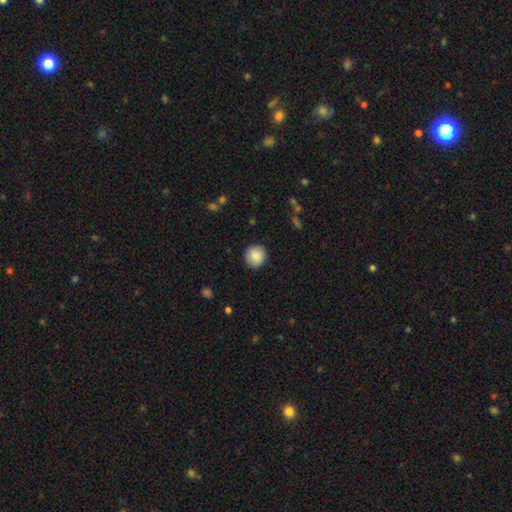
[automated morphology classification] Smooth or featured? Predicted: smooth (p=0.88). How rounded? Predicted: round (p=0.94). Merging? Predicted: none (p=0.91).